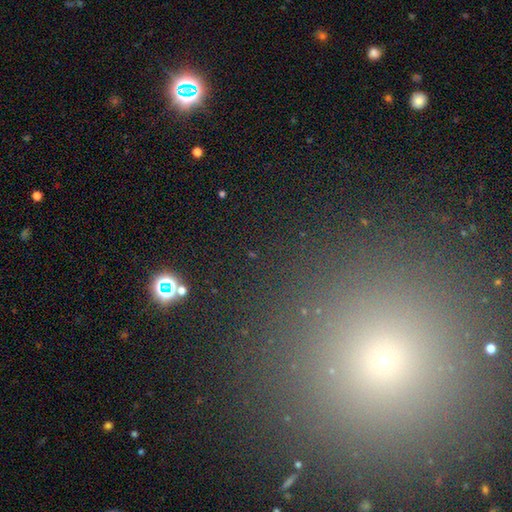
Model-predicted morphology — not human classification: A smooth galaxy with no disk features (48%). Merging: none (89%).